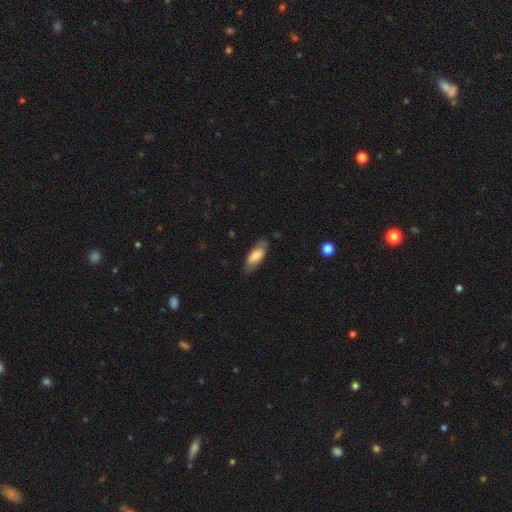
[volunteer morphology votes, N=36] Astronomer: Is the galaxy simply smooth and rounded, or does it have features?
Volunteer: smooth — 58% (runner-up: featured or disk, 42%).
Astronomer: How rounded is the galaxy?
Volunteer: in between — 76%.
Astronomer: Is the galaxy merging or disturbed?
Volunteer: none — 56%.